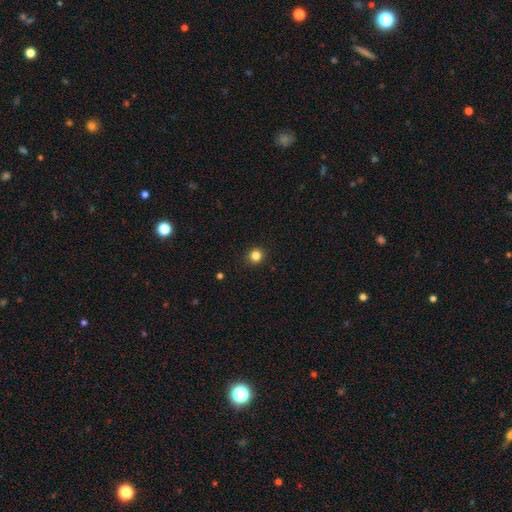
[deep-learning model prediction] Overall: smooth (83%). How rounded: round (93%). Merging: none (93%).